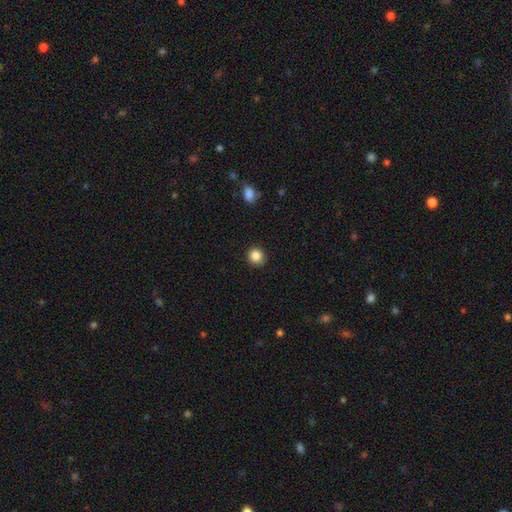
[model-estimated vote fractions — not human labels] Morphology: type=smooth (86%); roundness=round (90%); merging=none (90%).